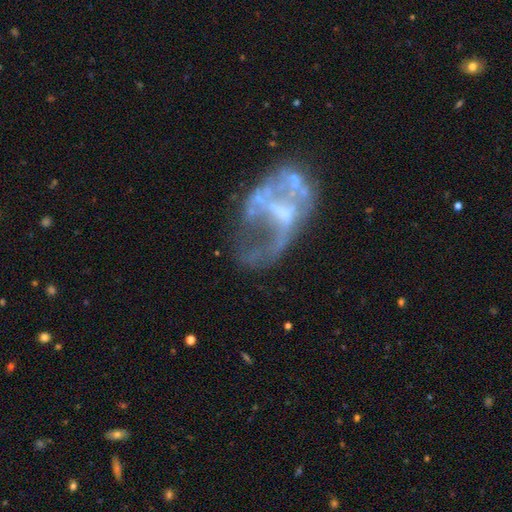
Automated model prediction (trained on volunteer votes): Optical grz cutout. It shows a featured or disk galaxy (72%) with no bar (66%), no spiral arms (73%) and no central bulge (49%). Merging: major disturbance (38%).